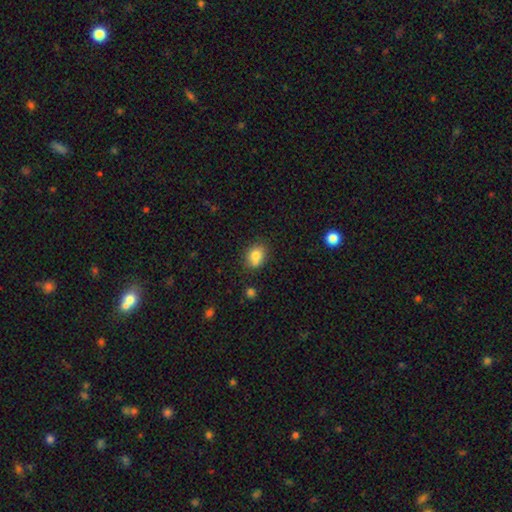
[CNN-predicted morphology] Smooth or featured: smooth — 81% (star or artifact — 10%)
How rounded: in between — 51% (round — 48%)
Merging: none — 72% (minor disturbance — 18%)